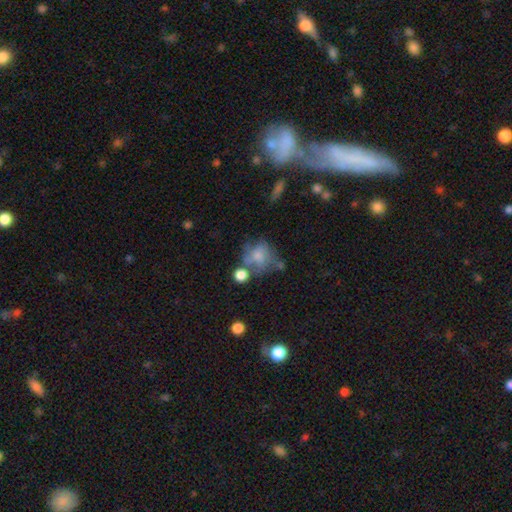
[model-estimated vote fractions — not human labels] The model was most divided on "smooth or featured": smooth: 48%, featured or disk: 35%, star or artifact: 17%. Remaining: merging — none (43%).